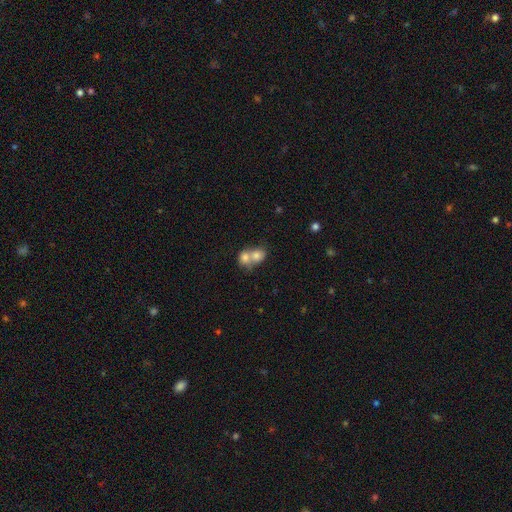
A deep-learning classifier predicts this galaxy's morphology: Smooth or featured? smooth (75%)
How rounded? round (60%)
Merging? merger (73%)